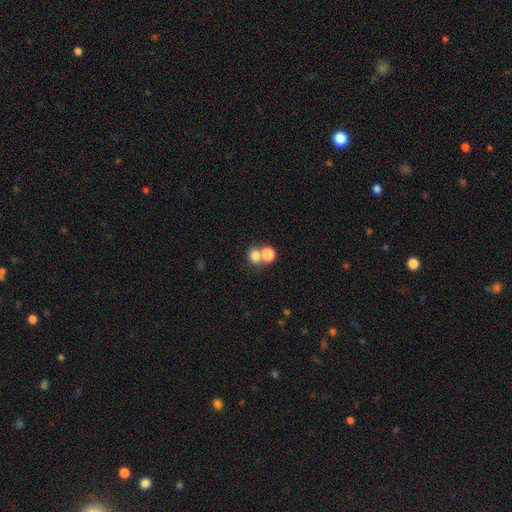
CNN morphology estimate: Q: Smooth or featured?
A: smooth (76%); runner-up: star or artifact (14%)
Q: How rounded?
A: round (62%); runner-up: in between (37%)
Q: Merging?
A: merger (49%); runner-up: none (40%)